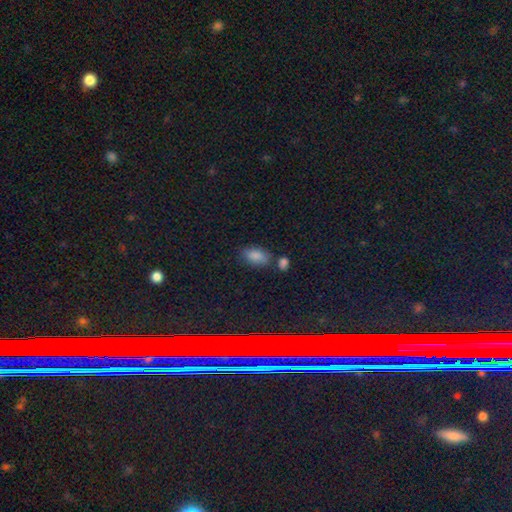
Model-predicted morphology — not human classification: This appears to be a smooth galaxy with no disk features (73%) that is in between round and cigar-shaped (89%). Merging: none (71%).